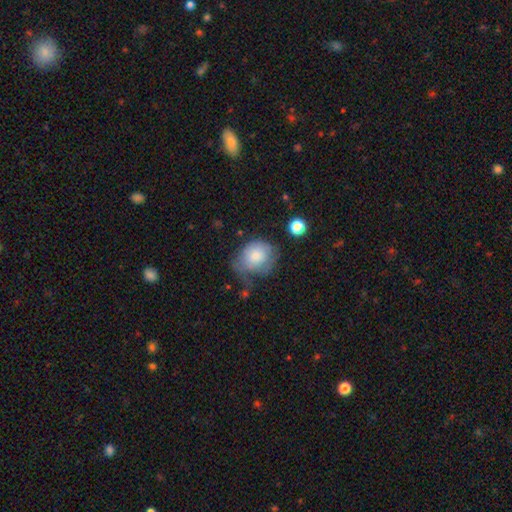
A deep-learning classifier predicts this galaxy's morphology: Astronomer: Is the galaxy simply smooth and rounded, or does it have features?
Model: smooth — 74%.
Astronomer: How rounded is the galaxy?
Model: round — 58% (runner-up: in between, 41%).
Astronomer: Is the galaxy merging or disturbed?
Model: minor disturbance — 35%, tied with none at 35%.